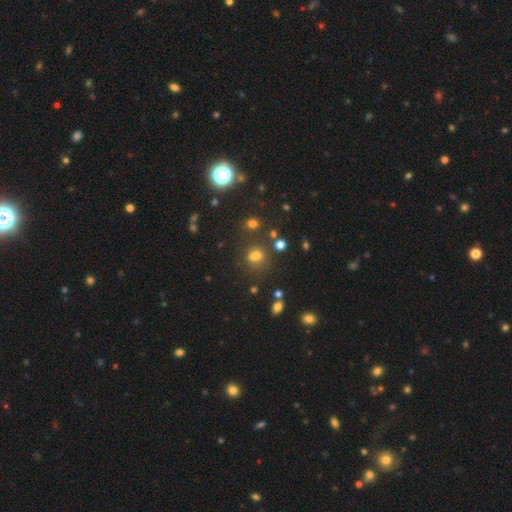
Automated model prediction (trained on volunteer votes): Smooth or featured: smooth — 63% (star or artifact — 26%)
How rounded: round — 70% (in between — 28%)
Merging: none — 61% (merger — 20%)